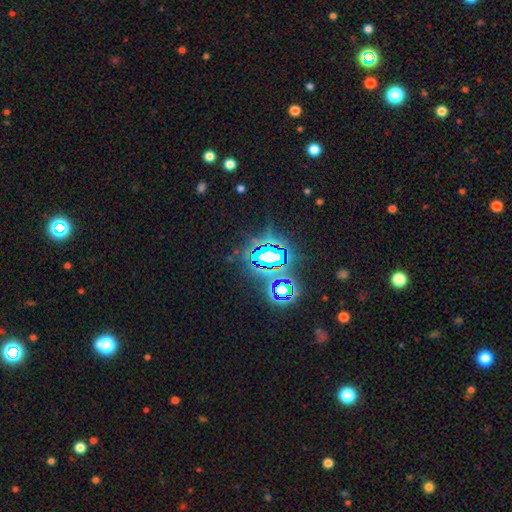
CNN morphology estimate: Smooth or featured? Predicted: star or artifact (p=0.79).